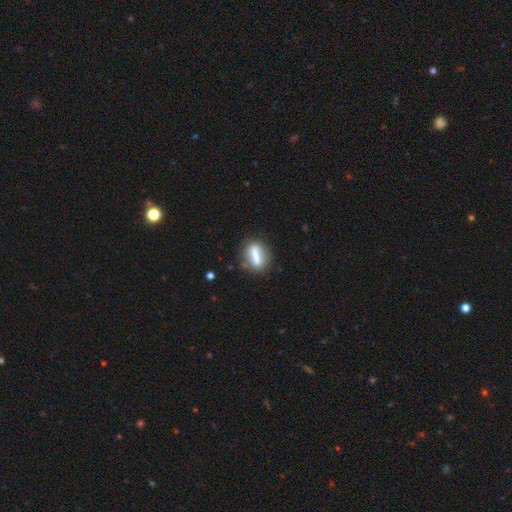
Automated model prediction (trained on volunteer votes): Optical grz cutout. It shows a smooth galaxy with no disk features (64%) that is in between round and cigar-shaped (48%). Merging: none (74%).